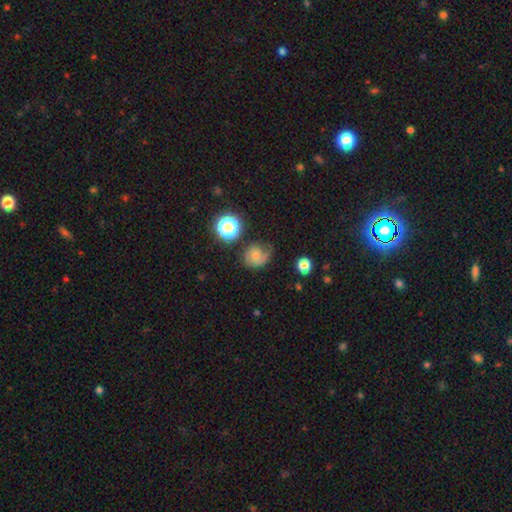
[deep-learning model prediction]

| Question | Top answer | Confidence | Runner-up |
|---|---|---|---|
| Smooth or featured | smooth | 47% | featured or disk (35%) |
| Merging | none | 53% | minor disturbance (29%) |